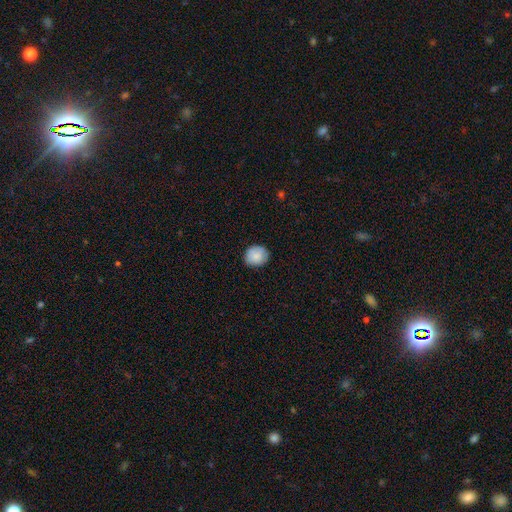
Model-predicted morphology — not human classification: Smooth or featured?
  - smooth: 86% *
  - star or artifact: 7%
  - featured or disk: 6%
How rounded?
  - round: 78% *
  - in between: 22%
  - cigar-shaped: 1%
Merging?
  - none: 84% *
  - minor disturbance: 13%
  - major disturbance: 2%
  - merger: 1%